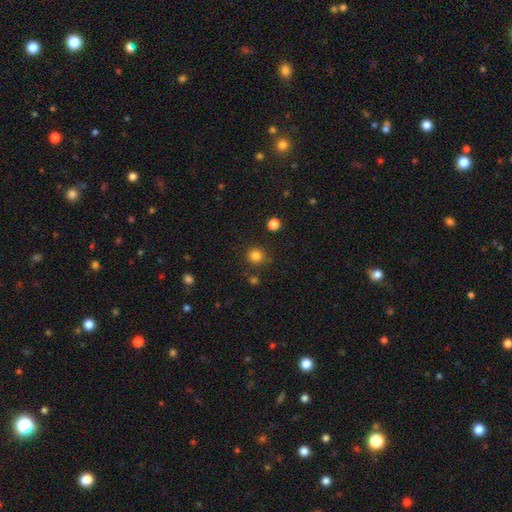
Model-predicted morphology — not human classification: Smooth or featured? smooth (83%)
How rounded? round (92%)
Merging? none (87%)